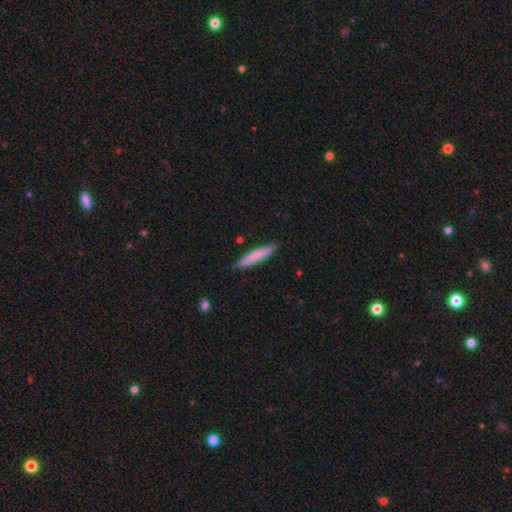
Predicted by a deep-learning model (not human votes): Overall: smooth (74%). How rounded: cigar-shaped (92%). Merging: none (84%).